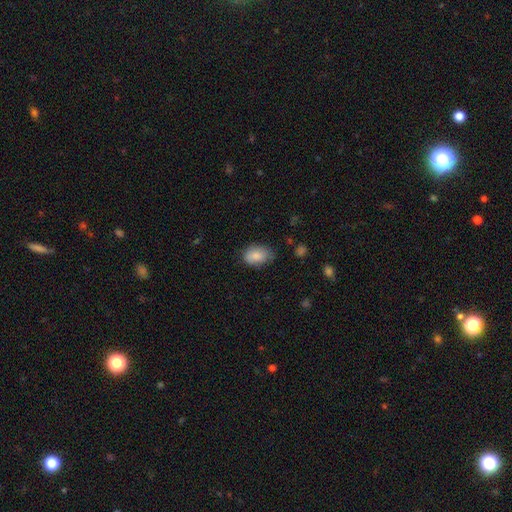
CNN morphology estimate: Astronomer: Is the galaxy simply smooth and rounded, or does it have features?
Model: smooth — 84%.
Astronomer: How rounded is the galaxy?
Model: in between — 86%.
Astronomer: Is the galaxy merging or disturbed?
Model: none — 68%.